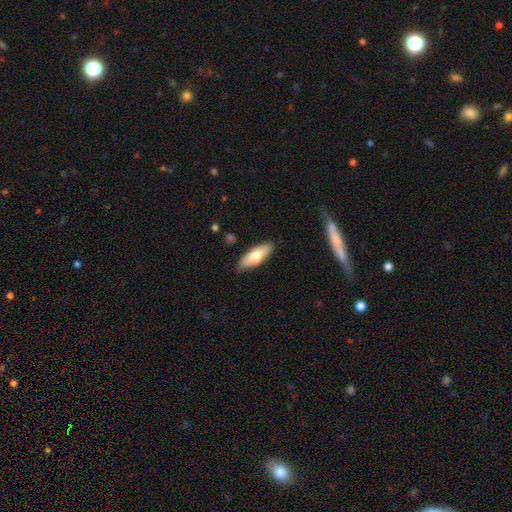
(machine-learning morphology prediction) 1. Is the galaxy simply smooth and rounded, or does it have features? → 70% smooth, 24% featured or disk, 6% star or artifact.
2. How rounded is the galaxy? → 72% in between, 26% cigar-shaped, 2% round.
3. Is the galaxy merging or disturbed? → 83% none, 13% minor disturbance, 2% major disturbance, 1% merger.